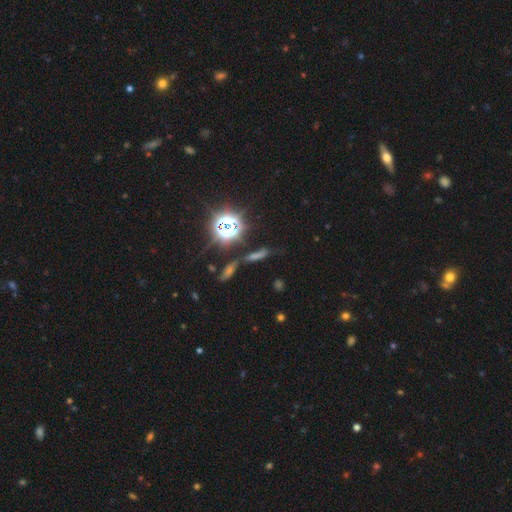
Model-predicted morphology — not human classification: A star or artifact, not a galaxy (48%).